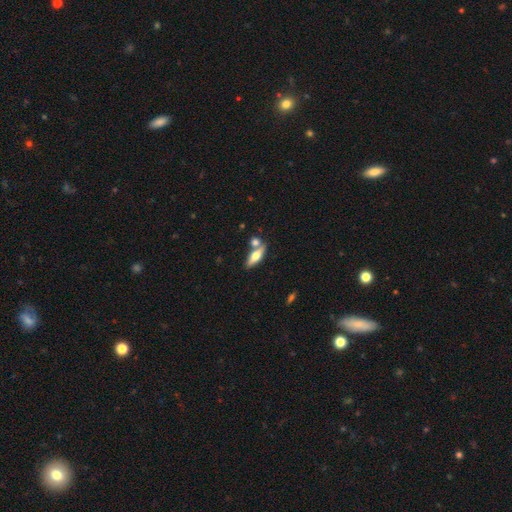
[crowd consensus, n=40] Overall: featured or disk (70%). Edge-on disk: yes (93%). Edge-on bulge: rounded (100%). Merging: none (74%).